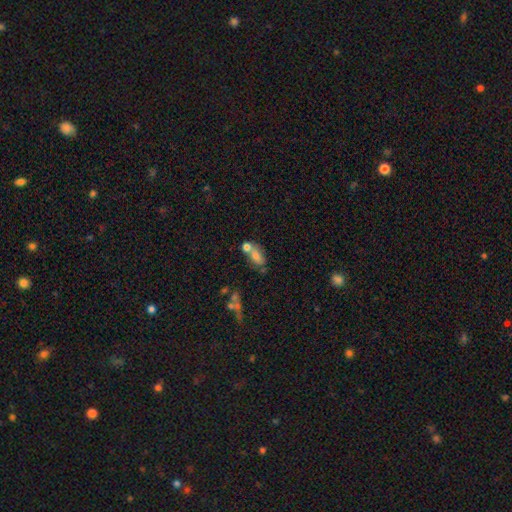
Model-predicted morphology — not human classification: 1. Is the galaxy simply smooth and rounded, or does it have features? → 65% smooth, 25% featured or disk, 11% star or artifact.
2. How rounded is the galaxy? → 81% in between, 11% round, 8% cigar-shaped.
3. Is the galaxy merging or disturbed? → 43% merger, 35% none, 14% minor disturbance, 8% major disturbance.